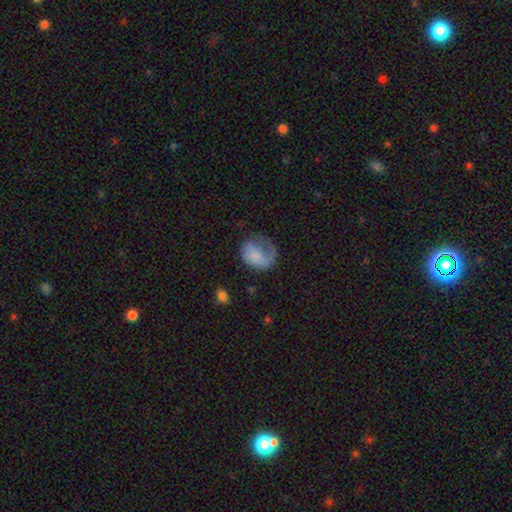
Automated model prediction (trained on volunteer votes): Smooth or featured? smooth (60%)
How rounded? round (54%)
Merging? major disturbance (41%)